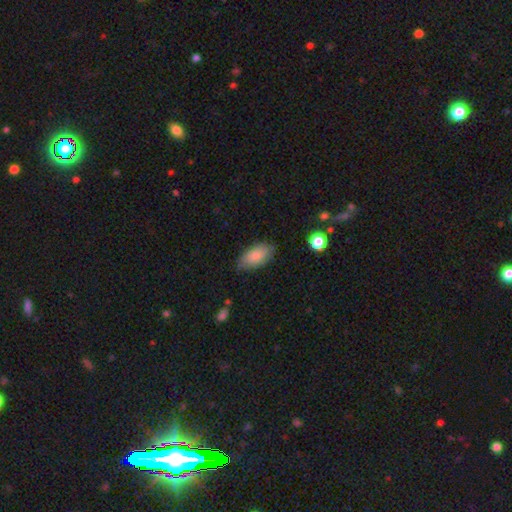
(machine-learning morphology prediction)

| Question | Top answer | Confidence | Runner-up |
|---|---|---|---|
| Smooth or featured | smooth | 84% | featured or disk (10%) |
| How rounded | in between | 94% | cigar-shaped (4%) |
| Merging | none | 72% | minor disturbance (22%) |